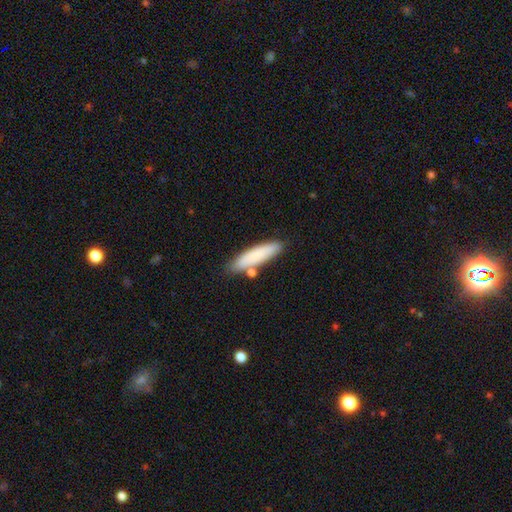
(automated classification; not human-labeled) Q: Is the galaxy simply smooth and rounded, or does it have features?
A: smooth — 81%.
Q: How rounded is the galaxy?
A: cigar-shaped — 74%.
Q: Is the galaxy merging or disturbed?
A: none — 77%.